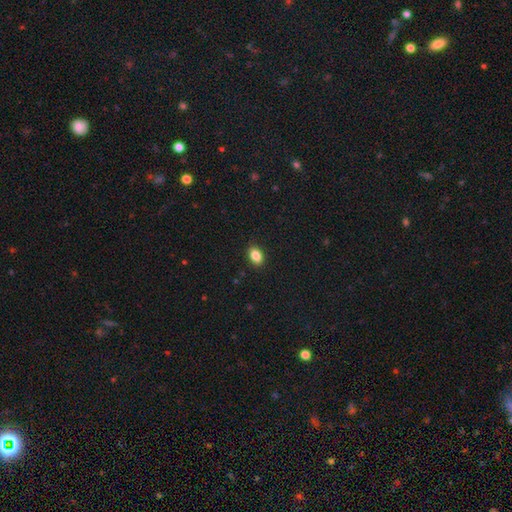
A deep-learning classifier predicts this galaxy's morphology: type=smooth (85%); roundness=in between (84%); merging=none (89%).